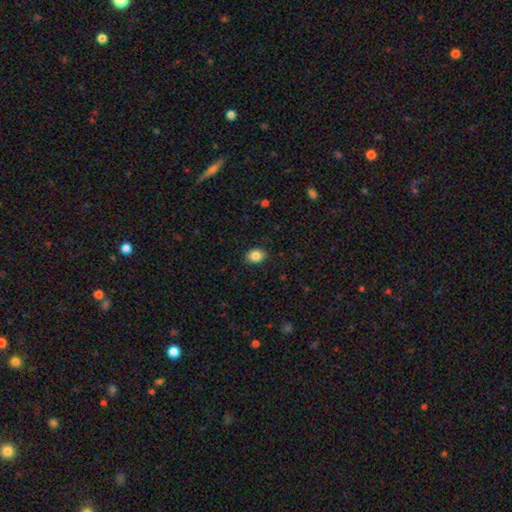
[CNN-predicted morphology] The model was most divided on "how rounded": in between: 64%, round: 35%, cigar-shaped: 1%. More confident: merging — none (87%); smooth or featured — smooth (85%).